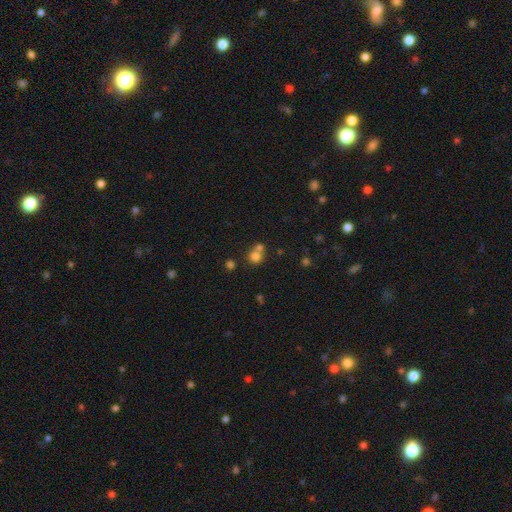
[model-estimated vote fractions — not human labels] smooth-or-featured: smooth: 74% | star or artifact: 15% | featured or disk: 10%
  how-rounded: round: 85% | in between: 14% | cigar-shaped: 1%
  merging: none: 46% | merger: 45% | minor disturbance: 7% | major disturbance: 3%